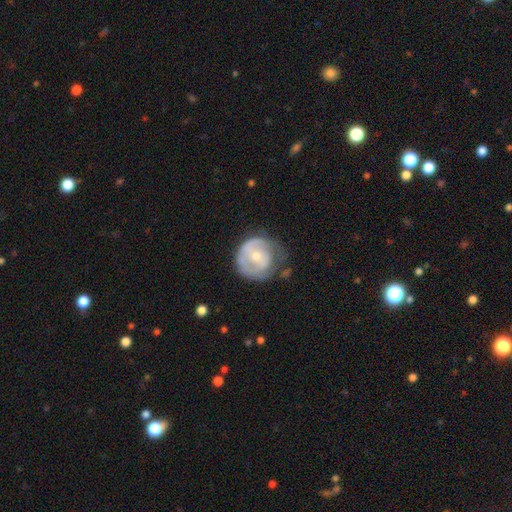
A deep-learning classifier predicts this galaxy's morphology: Smooth or featured?
  - featured or disk: 57% *
  - smooth: 37%
  - star or artifact: 6%
Edge-on disk?
  - no: 97% *
  - yes: 3%
Bar?
  - no: 69% *
  - weak: 26%
  - strong: 5%
Spiral arms?
  - yes: 60% *
  - no: 40%
Bulge size?
  - moderate: 49% *
  - small: 46%
  - large: 3%
  - none: 2%
  - dominant: 1%
Merging?
  - none: 49% *
  - minor disturbance: 30%
  - major disturbance: 18%
  - merger: 3%